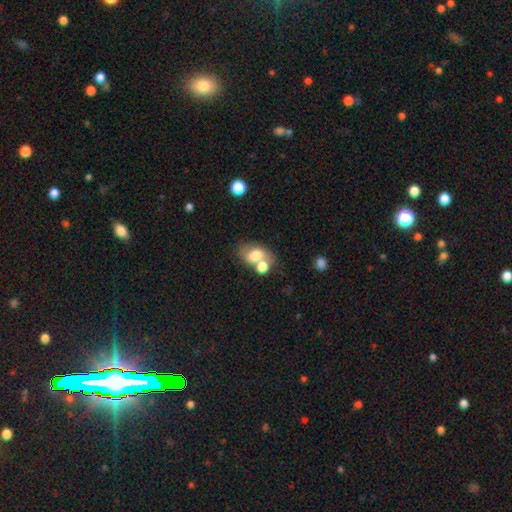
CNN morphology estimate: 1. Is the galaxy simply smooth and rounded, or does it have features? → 69% smooth, 22% featured or disk, 10% star or artifact.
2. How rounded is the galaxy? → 74% in between, 25% round, 1% cigar-shaped.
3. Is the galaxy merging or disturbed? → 47% merger, 33% none, 13% minor disturbance, 7% major disturbance.